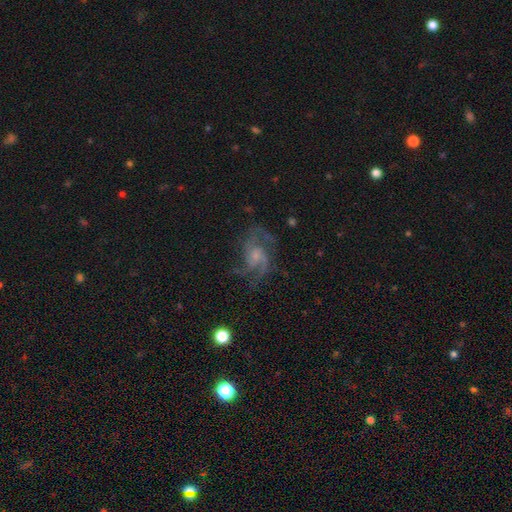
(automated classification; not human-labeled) smooth_or_featured: featured or disk (p=0.83) [alt: star or artifact p=0.09]
disk_edge_on: no (p=0.98) [alt: yes p=0.02]
bar: no (p=0.63) [alt: weak p=0.31]
has_spiral_arms: yes (p=0.96) [alt: no p=0.04]
spiral_winding: medium (p=0.53) [alt: loose p=0.27]
spiral_arm_count: 3 (p=0.35) [alt: 2 p=0.30]
bulge_size: small (p=0.58) [alt: moderate p=0.28]
merging: none (p=0.67) [alt: minor disturbance p=0.17]